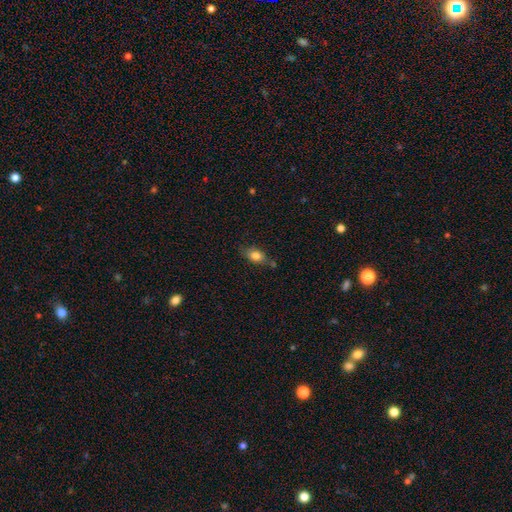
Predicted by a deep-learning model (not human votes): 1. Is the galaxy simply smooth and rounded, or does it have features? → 80% smooth, 11% featured or disk, 9% star or artifact.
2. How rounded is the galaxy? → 80% in between, 14% round, 6% cigar-shaped.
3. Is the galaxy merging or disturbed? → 66% none, 21% minor disturbance, 8% merger, 5% major disturbance.